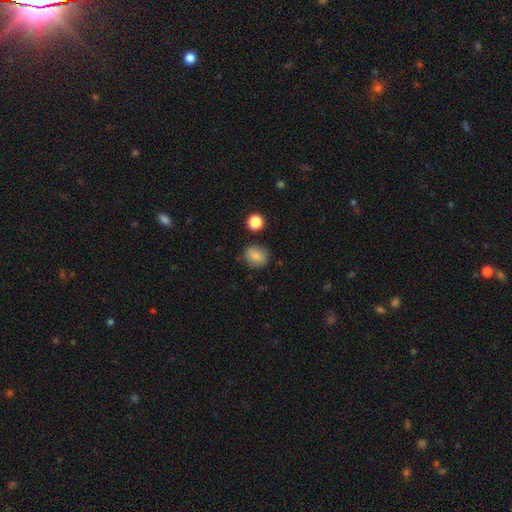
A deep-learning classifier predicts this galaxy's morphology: Smooth or featured?
  - smooth: 82% *
  - star or artifact: 10%
  - featured or disk: 9%
How rounded?
  - round: 66% *
  - in between: 33%
  - cigar-shaped: 1%
Merging?
  - none: 81% *
  - minor disturbance: 12%
  - major disturbance: 3%
  - merger: 3%